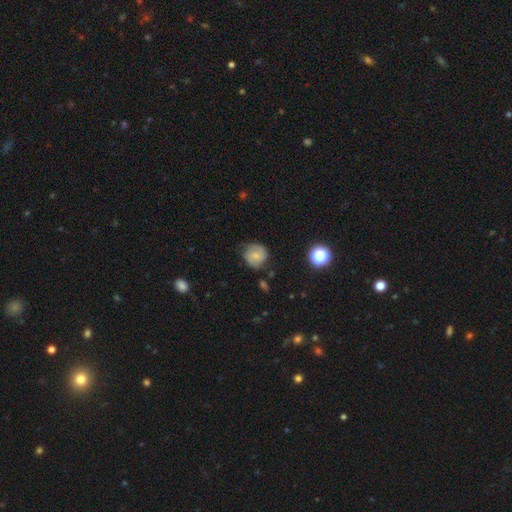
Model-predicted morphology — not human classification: Smooth or featured? Predicted: smooth (p=0.49). Merging? Predicted: none (p=0.71).